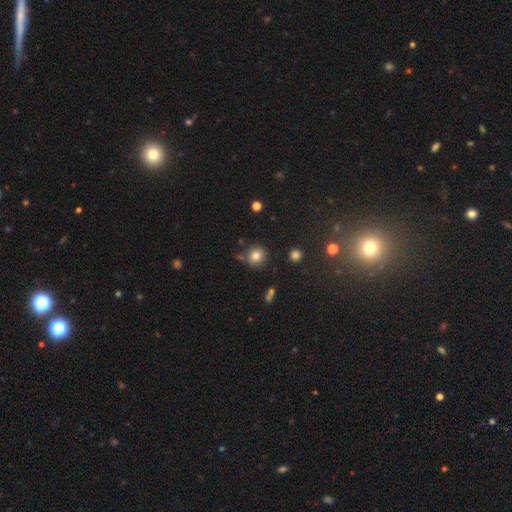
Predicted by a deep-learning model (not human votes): This is likely a smooth galaxy (79%). How rounded: clearly round (89%). Merging: likely none (76%).